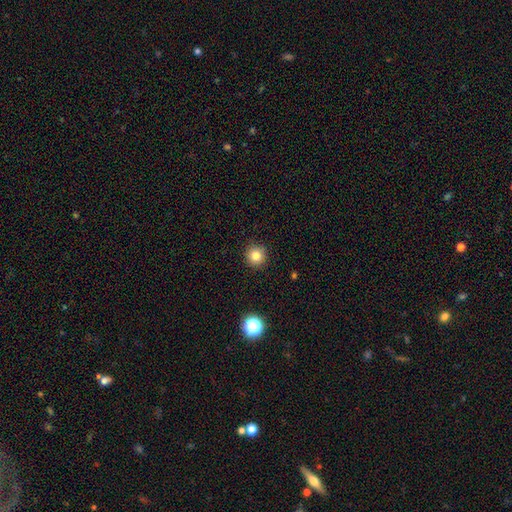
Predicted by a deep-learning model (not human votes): Morphology: type=smooth (81%); roundness=round (95%); merging=none (91%).